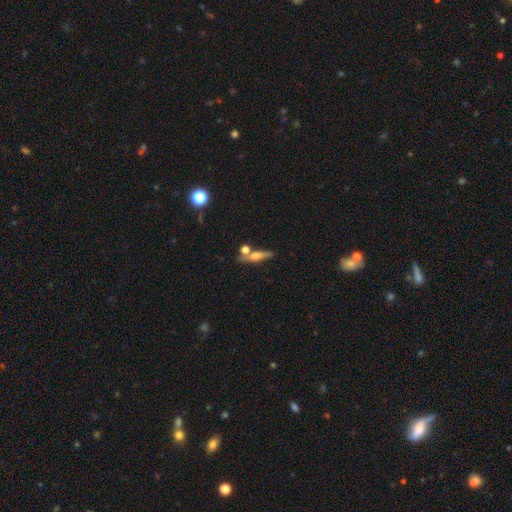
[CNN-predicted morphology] smooth-or-featured: smooth: 51% | featured or disk: 39% | star or artifact: 10%
  how-rounded: cigar-shaped: 71% | in between: 23% | round: 6%
  merging: none: 63% | merger: 17% | minor disturbance: 14% | major disturbance: 5%